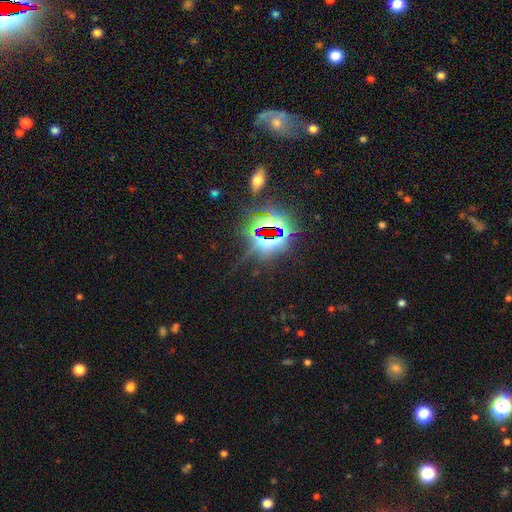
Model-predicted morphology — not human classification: Q: Smooth or featured?
A: star or artifact (81%); runner-up: smooth (11%)